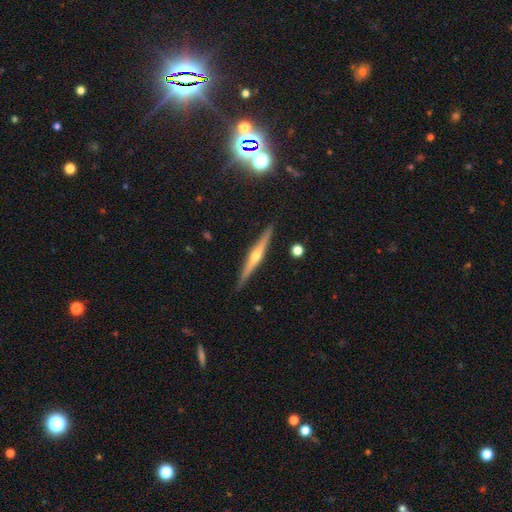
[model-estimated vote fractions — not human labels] A featured or disk galaxy (76%) viewed edge-on (98%) with a rounded central bulge (87%). Merging: none (90%).